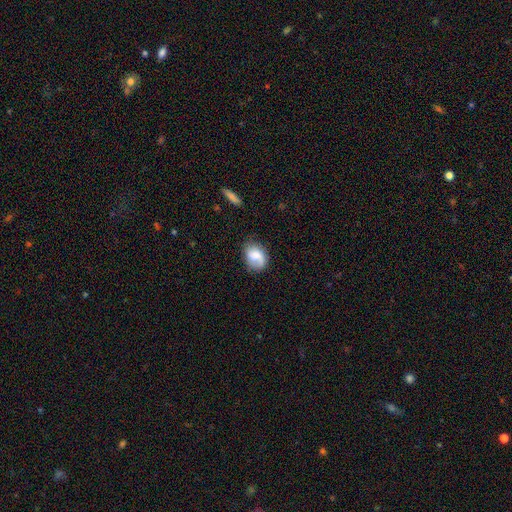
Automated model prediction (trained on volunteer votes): Smooth or featured: smooth — 69% (featured or disk — 24%)
How rounded: in between — 68% (round — 31%)
Merging: none — 62% (minor disturbance — 27%)